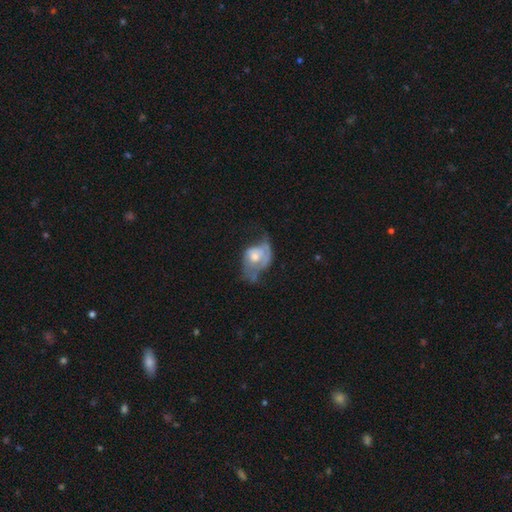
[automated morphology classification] Q: Smooth or featured?
A: featured or disk (56%); runner-up: smooth (37%)
Q: Edge-on disk?
A: no (96%); runner-up: yes (4%)
Q: Bar?
A: no (81%); runner-up: weak (16%)
Q: Spiral arms?
A: yes (53%); runner-up: no (47%)
Q: Bulge size?
A: moderate (59%); runner-up: small (25%)
Q: Merging?
A: major disturbance (48%); runner-up: minor disturbance (26%)